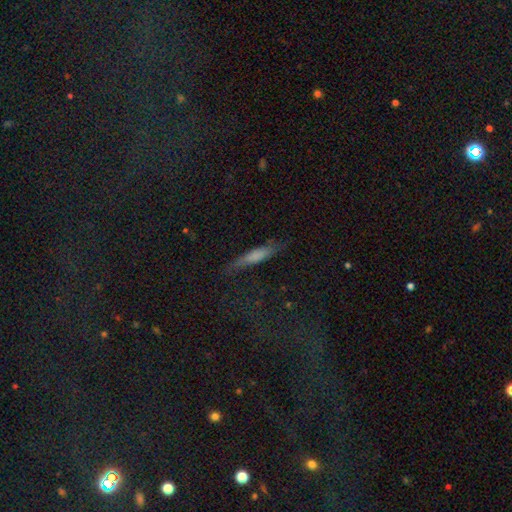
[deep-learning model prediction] Smooth or featured? Predicted: smooth (p=0.63). How rounded? Predicted: cigar-shaped (p=0.85). Merging? Predicted: none (p=0.68).